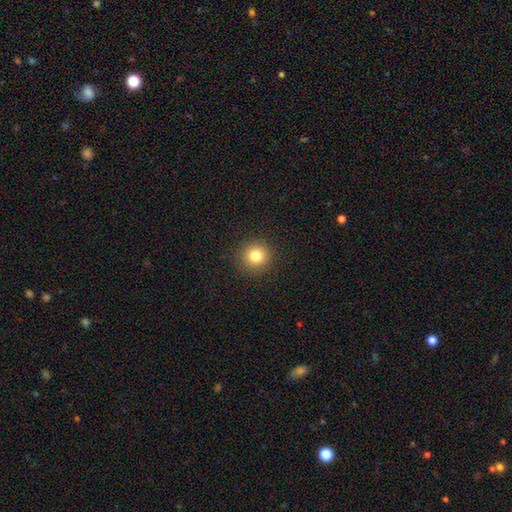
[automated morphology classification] Smooth or featured? Predicted: smooth (p=0.81). How rounded? Predicted: round (p=0.94). Merging? Predicted: none (p=0.92).